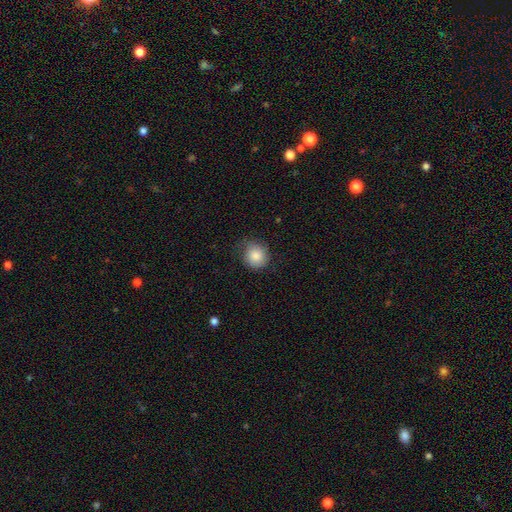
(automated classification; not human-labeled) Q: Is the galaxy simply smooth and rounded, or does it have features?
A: smooth — 85%.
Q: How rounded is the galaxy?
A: round — 86%.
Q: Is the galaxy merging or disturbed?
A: none — 70%.